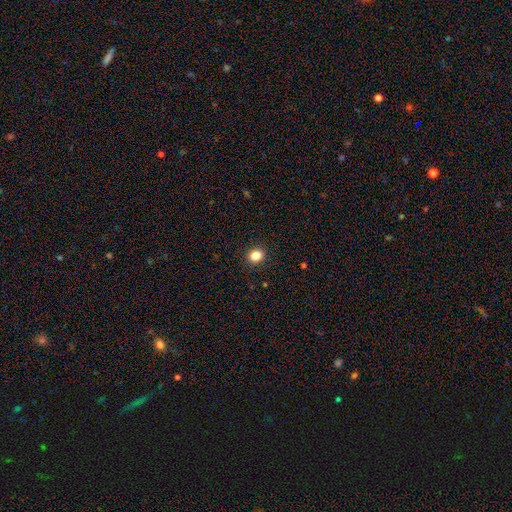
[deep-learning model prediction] This is clearly a smooth galaxy (84%). How rounded: possibly round (58%). Merging: clearly none (91%).